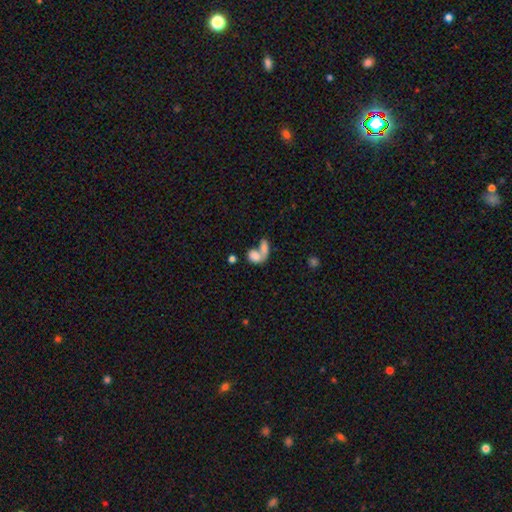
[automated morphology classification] Smooth or featured: smooth — 74% (featured or disk — 16%)
How rounded: in between — 75% (round — 22%)
Merging: merger — 64% (none — 20%)